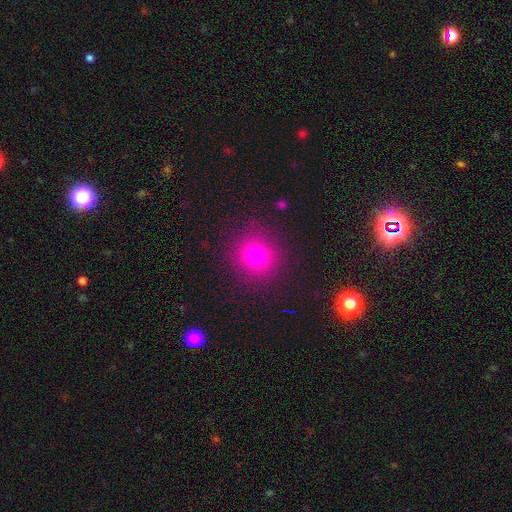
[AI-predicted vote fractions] Smooth or featured? smooth (78%)
How rounded? round (89%)
Merging? none (87%)